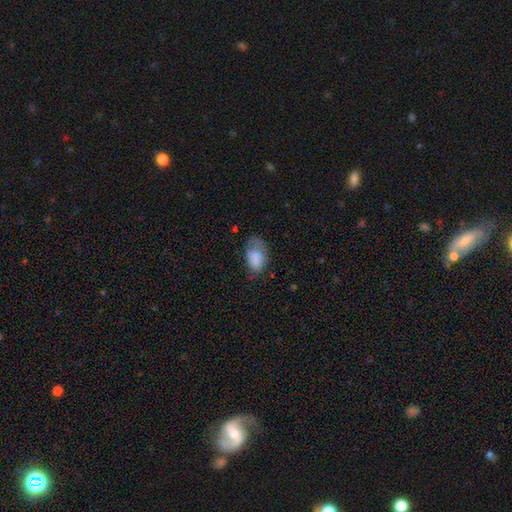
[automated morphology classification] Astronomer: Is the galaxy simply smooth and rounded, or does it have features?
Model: smooth — 73%.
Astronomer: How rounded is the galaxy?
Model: in between — 91%.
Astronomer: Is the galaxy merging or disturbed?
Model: none — 46% (runner-up: minor disturbance, 33%).